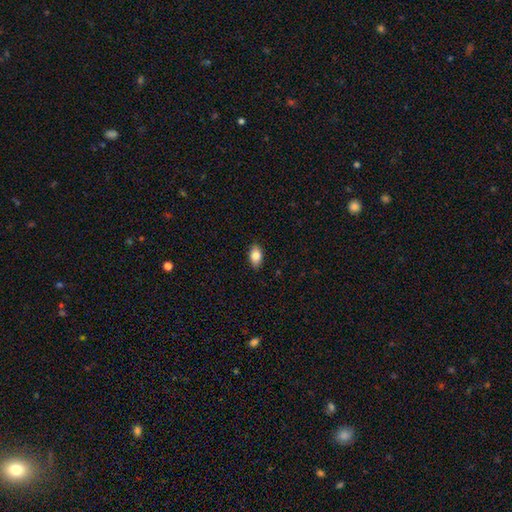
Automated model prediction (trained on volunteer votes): smooth-or-featured: smooth: 84% | featured or disk: 9% | star or artifact: 8%
  how-rounded: in between: 90% | round: 7% | cigar-shaped: 2%
  merging: none: 88% | minor disturbance: 9% | major disturbance: 2% | merger: 1%